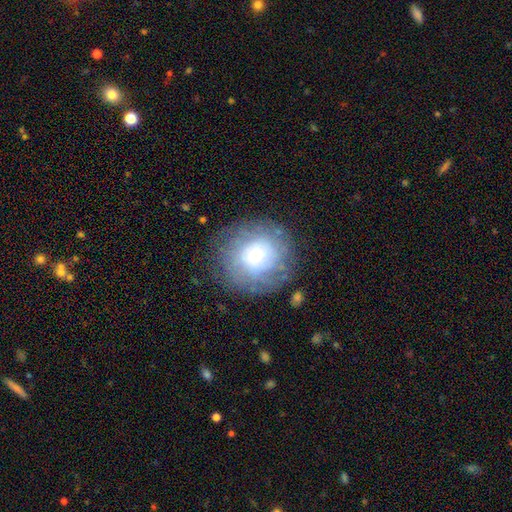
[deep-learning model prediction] smooth_or_featured: smooth (p=0.46) [alt: featured or disk p=0.41]
merging: none (p=0.78) [alt: minor disturbance p=0.13]